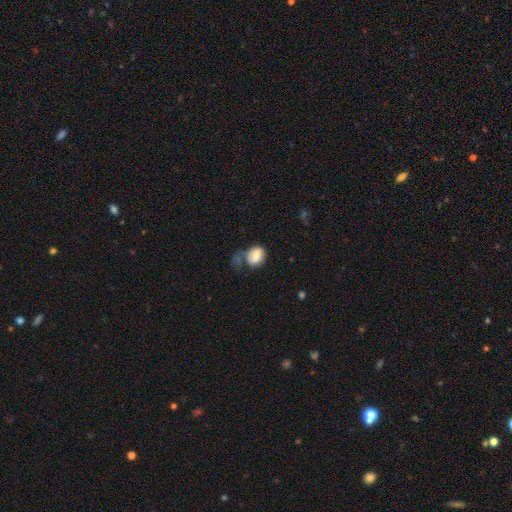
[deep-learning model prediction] Smooth or featured: smooth — 66% (featured or disk — 26%)
How rounded: in between — 71% (round — 28%)
Merging: none — 34% (major disturbance — 28%)